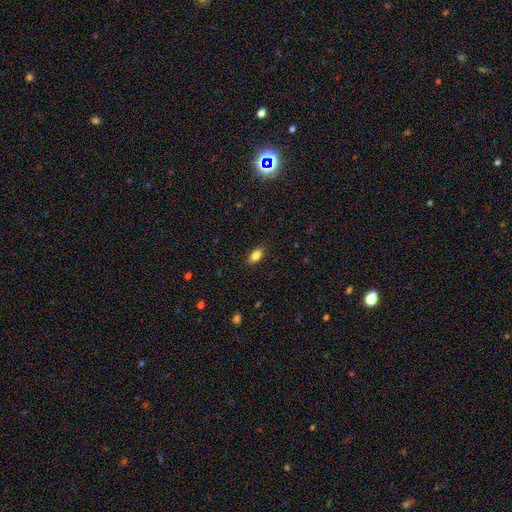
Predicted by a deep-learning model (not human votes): smooth-or-featured: smooth: 83% | featured or disk: 9% | star or artifact: 8%
  how-rounded: in between: 88% | cigar-shaped: 7% | round: 5%
  merging: none: 88% | minor disturbance: 9% | major disturbance: 2% | merger: 1%